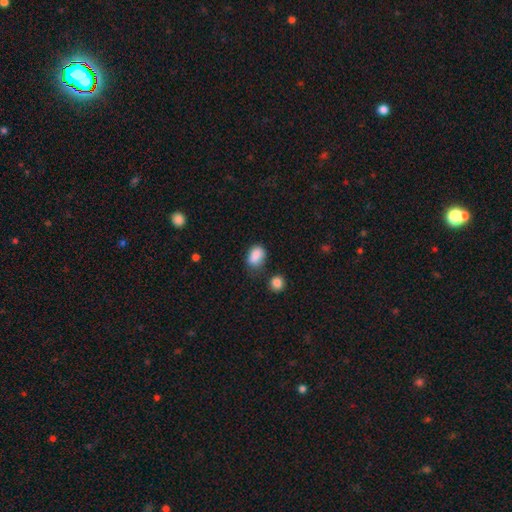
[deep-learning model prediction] Morphology: type=smooth (86%); roundness=in between (78%); merging=none (61%).